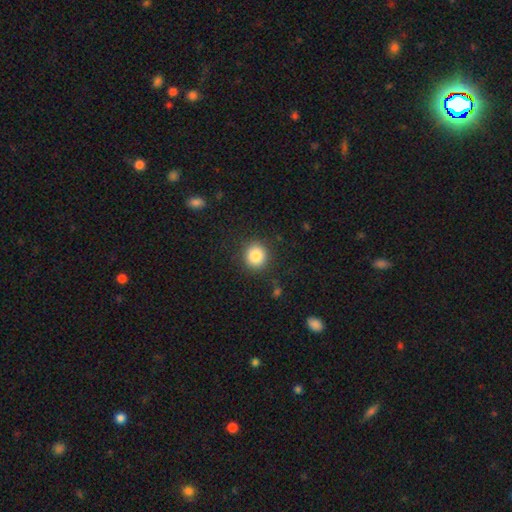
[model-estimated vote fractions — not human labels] smooth 85%, star or artifact 9%, featured or disk 5%. Down the decision tree: how rounded — round (87%); merging — none (88%).